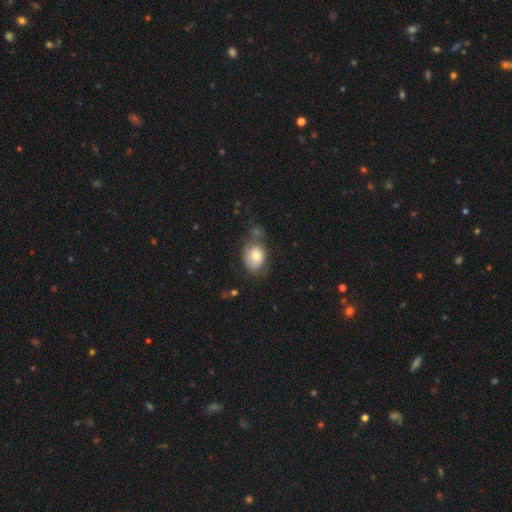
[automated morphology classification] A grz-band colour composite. It shows a smooth galaxy with no disk features (74%) that is in between round and cigar-shaped (67%). Merging: none (43%).